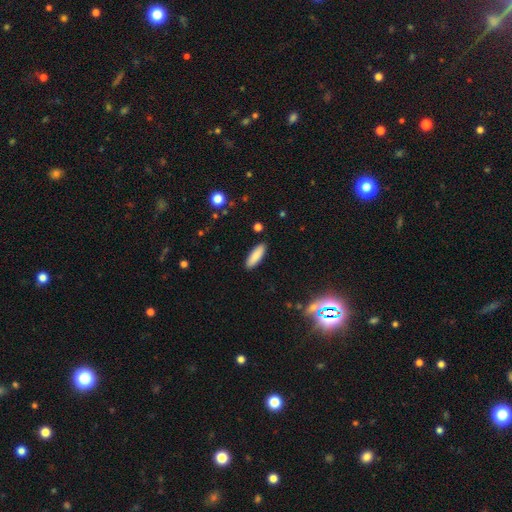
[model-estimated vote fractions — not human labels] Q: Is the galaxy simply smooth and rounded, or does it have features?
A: smooth — 86%.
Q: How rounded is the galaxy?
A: in between — 50%.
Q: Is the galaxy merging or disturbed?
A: none — 90%.